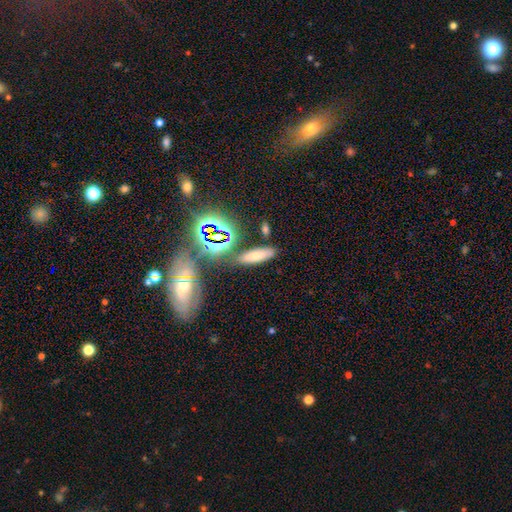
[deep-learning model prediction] Smooth or featured? Predicted: smooth (p=0.61). How rounded? Predicted: in between (p=0.47, tied with cigar-shaped). Merging? Predicted: none (p=0.79).